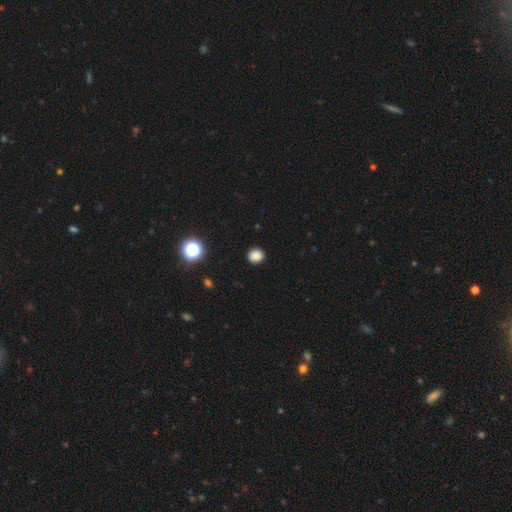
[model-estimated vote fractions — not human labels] smooth-or-featured: smooth: 85% | star or artifact: 12% | featured or disk: 3%
  how-rounded: round: 85% | in between: 14% | cigar-shaped: 1%
  merging: none: 90% | minor disturbance: 7% | major disturbance: 2% | merger: 1%